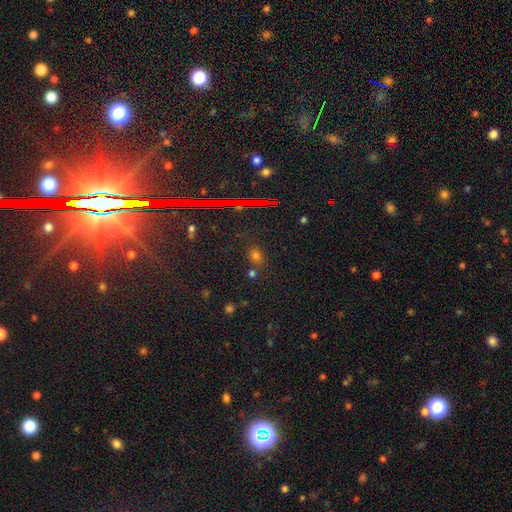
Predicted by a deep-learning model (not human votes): Smooth or featured? smooth (57%)
How rounded? round (52%)
Merging? none (73%)